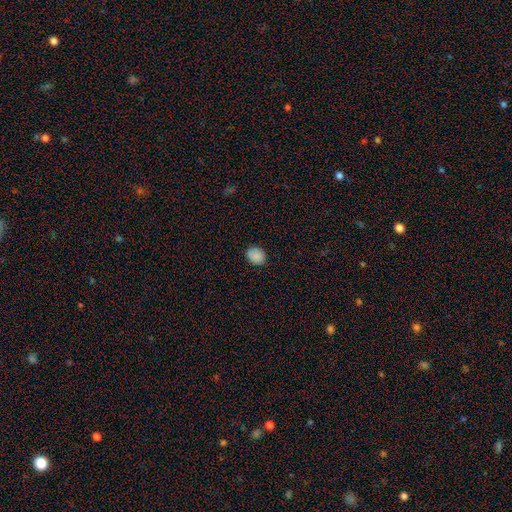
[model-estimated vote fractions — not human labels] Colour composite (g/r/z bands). It shows a smooth galaxy with no disk features (87%) that is in between round and cigar-shaped (52%). Merging: none (87%).